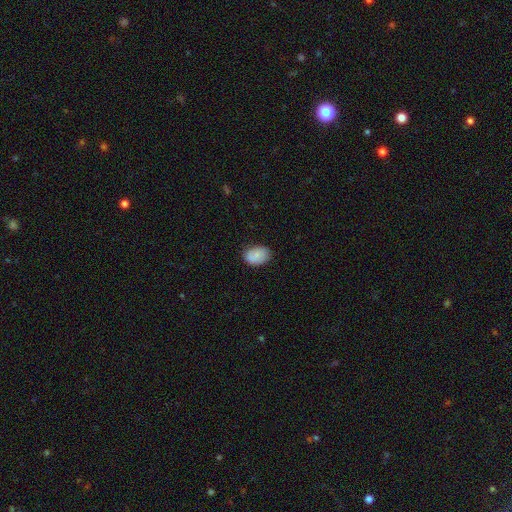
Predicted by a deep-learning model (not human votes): Overall: smooth (82%). How rounded: in between (79%). Merging: none (78%).